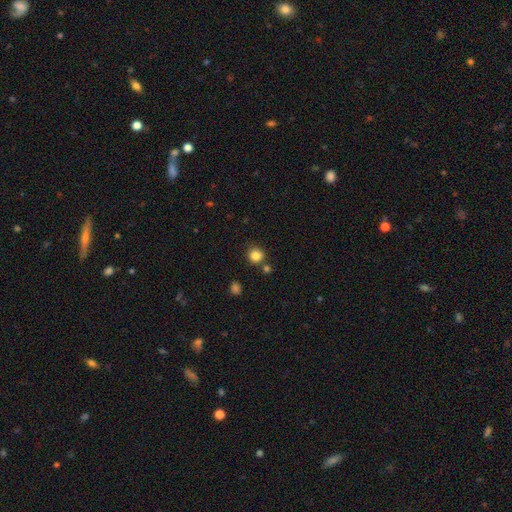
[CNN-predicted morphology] Smooth or featured? Predicted: smooth (p=0.83). How rounded? Predicted: round (p=0.90). Merging? Predicted: none (p=0.79).